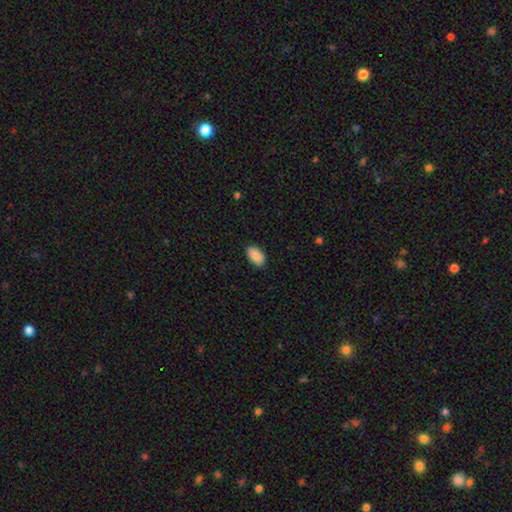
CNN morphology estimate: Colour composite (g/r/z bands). It shows a smooth galaxy with no disk features (89%) that is in between round and cigar-shaped (94%). Merging: none (88%).